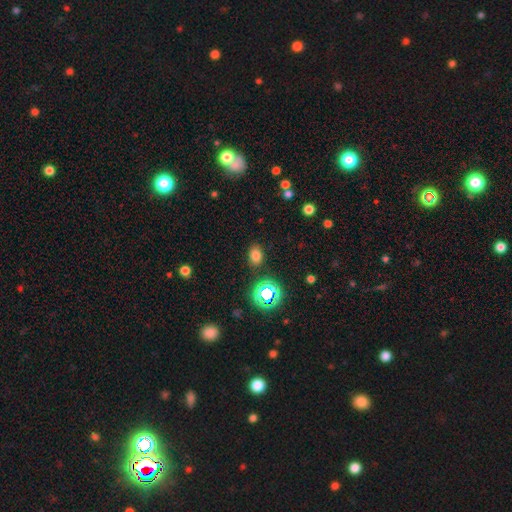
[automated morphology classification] Q: Smooth or featured?
A: smooth (73%); runner-up: star or artifact (20%)
Q: How rounded?
A: in between (68%); runner-up: round (31%)
Q: Merging?
A: none (85%); runner-up: minor disturbance (10%)